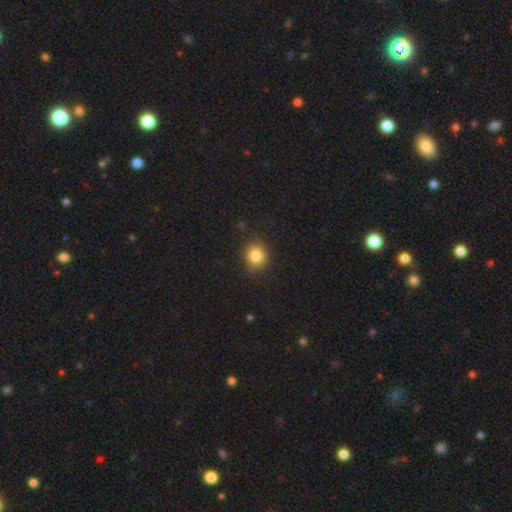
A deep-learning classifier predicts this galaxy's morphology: Q: Smooth or featured?
A: smooth (83%); runner-up: star or artifact (11%)
Q: How rounded?
A: round (82%); runner-up: in between (17%)
Q: Merging?
A: none (86%); runner-up: minor disturbance (11%)